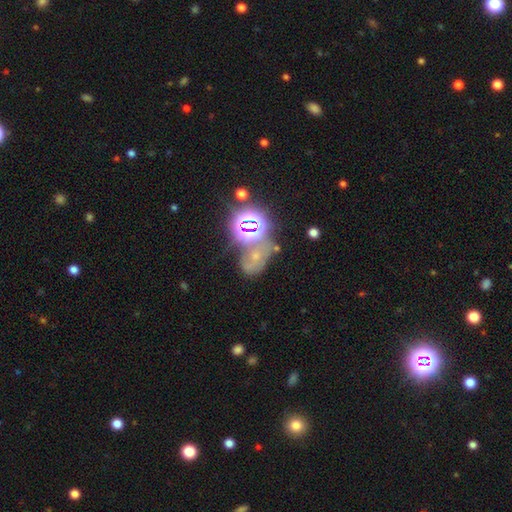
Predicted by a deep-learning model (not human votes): Smooth or featured?
  - star or artifact: 49% *
  - smooth: 27%
  - featured or disk: 24%